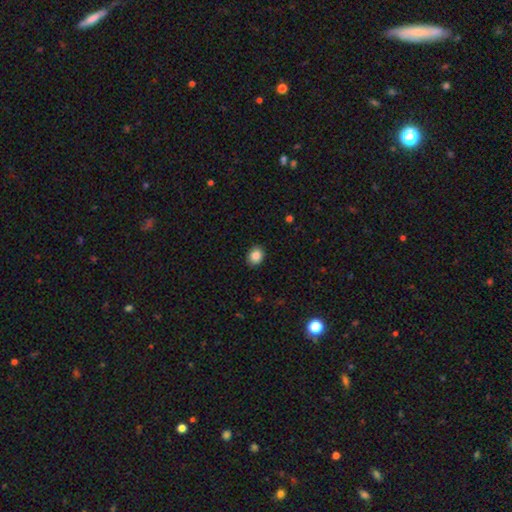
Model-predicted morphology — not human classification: smooth-or-featured: smooth: 87% | star or artifact: 9% | featured or disk: 5%
  how-rounded: in between: 53% | round: 47% | cigar-shaped: 1%
  merging: none: 89% | minor disturbance: 8% | major disturbance: 2% | merger: 1%